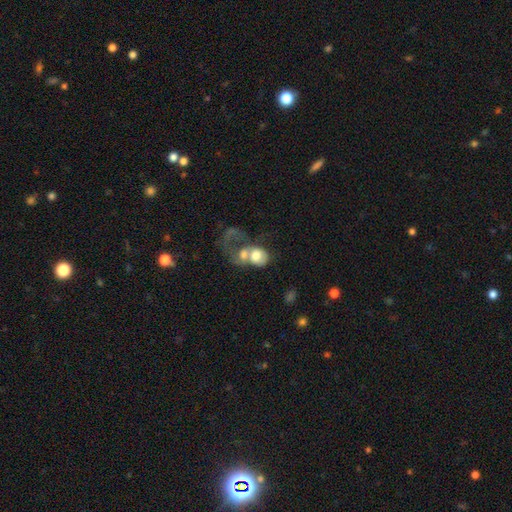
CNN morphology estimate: A smooth galaxy with no disk features (57%) that is in between round and cigar-shaped (53%).

Vote fractions:
- Smooth or featured? smooth: 57% / featured or disk: 35% / star or artifact: 8%
- How rounded? in between: 53% / round: 45% / cigar-shaped: 1%
- Merging? merger: 70% / major disturbance: 18% / none: 8% / minor disturbance: 5%